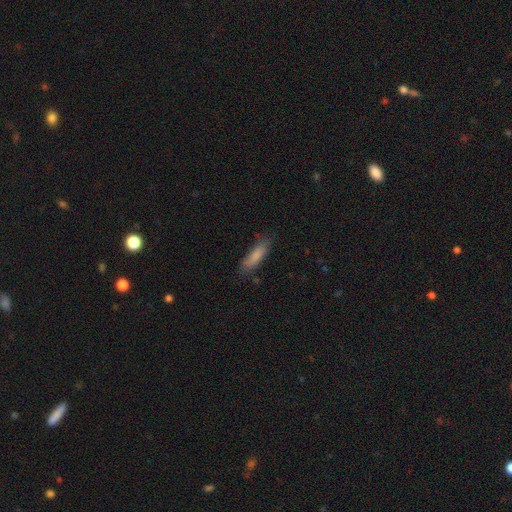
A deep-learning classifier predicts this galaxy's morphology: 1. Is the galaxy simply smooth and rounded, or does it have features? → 82% smooth, 12% featured or disk, 6% star or artifact.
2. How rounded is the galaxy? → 66% cigar-shaped, 33% in between, 1% round.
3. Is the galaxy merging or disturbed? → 79% none, 16% minor disturbance, 3% major disturbance, 2% merger.